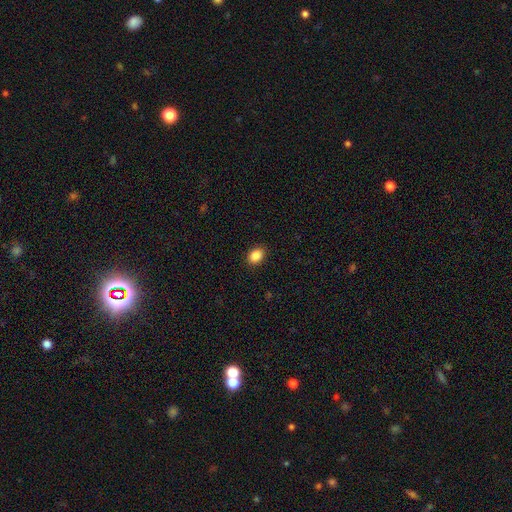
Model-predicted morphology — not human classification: smooth_or_featured: smooth (p=0.87) [alt: star or artifact p=0.09]
how_rounded: in between (p=0.63) [alt: round p=0.36]
merging: none (p=0.90) [alt: minor disturbance p=0.07]